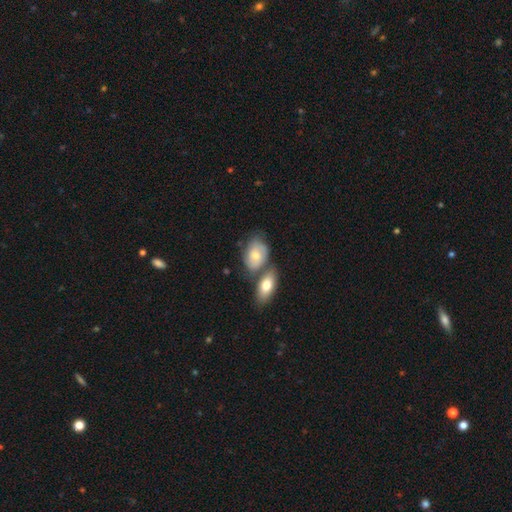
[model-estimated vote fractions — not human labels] Q: Smooth or featured?
A: smooth (66%); runner-up: featured or disk (27%)
Q: How rounded?
A: in between (83%); runner-up: round (15%)
Q: Merging?
A: none (40%); runner-up: merger (38%)